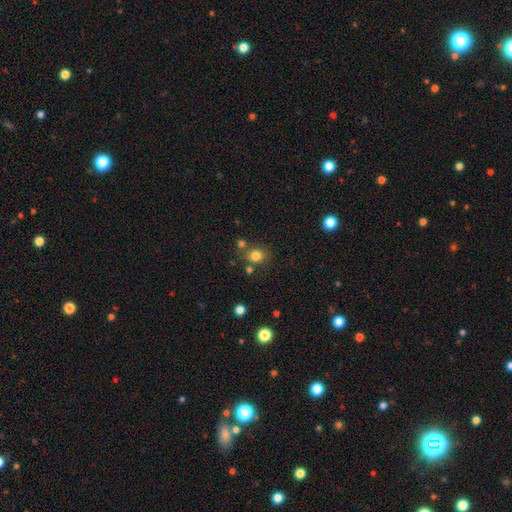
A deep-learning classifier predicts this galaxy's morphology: Overall: smooth (80%). How rounded: round (72%). Merging: none (69%).